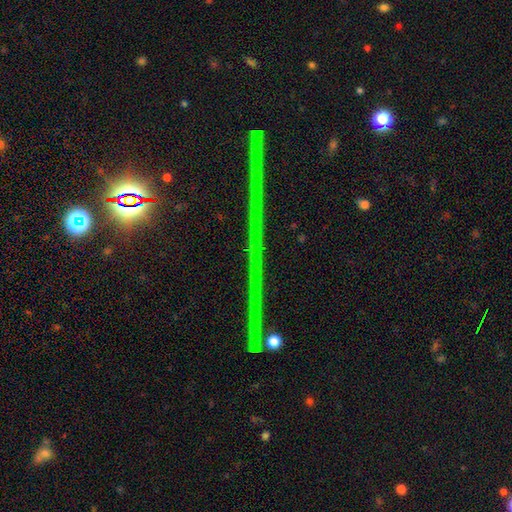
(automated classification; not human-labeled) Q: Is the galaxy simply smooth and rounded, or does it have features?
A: star or artifact — 73%.